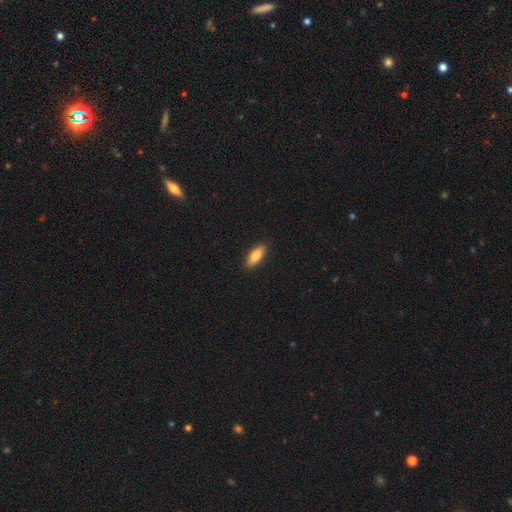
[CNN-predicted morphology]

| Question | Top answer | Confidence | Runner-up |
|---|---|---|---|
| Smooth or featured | smooth | 77% | featured or disk (17%) |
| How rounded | in between | 64% | cigar-shaped (34%) |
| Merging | none | 90% | minor disturbance (8%) |